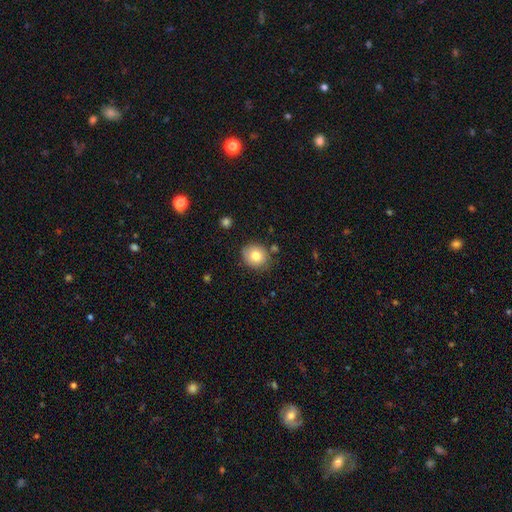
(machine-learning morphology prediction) This appears to be a smooth galaxy with no disk features (78%) that is round (77%). Merging: none (78%).